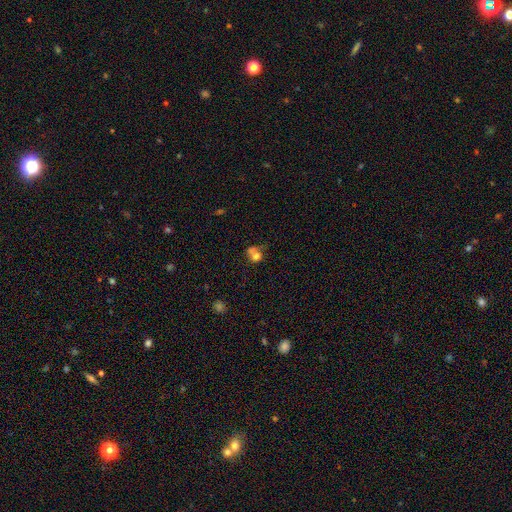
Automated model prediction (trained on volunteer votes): smooth 71%, featured or disk 16%, star or artifact 12%. Down the decision tree: how rounded — round (75%); merging — merger (47%).